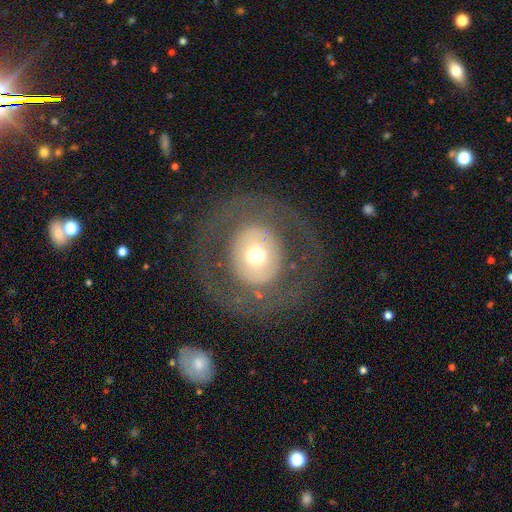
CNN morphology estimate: This is possibly a featured or disk galaxy (48%). Merging: likely none (77%).